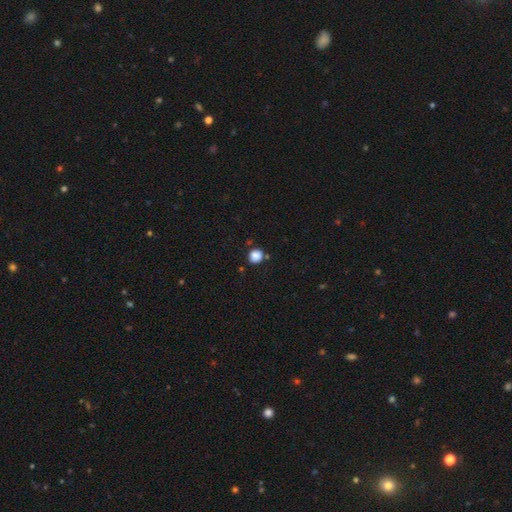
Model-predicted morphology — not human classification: Smooth or featured? smooth (86%)
How rounded? round (86%)
Merging? none (79%)